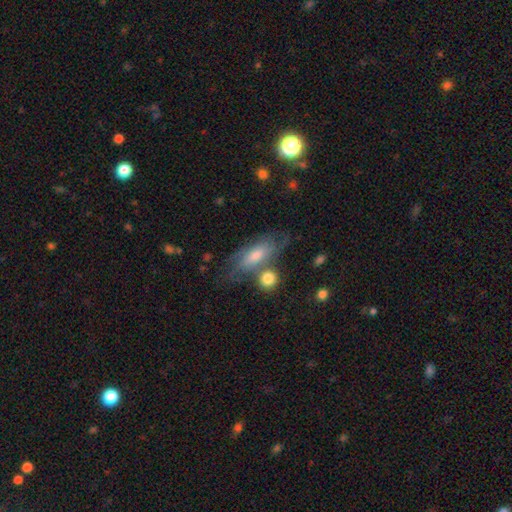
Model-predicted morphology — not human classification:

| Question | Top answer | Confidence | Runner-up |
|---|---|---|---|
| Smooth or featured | featured or disk | 47% | smooth (43%) |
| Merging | none | 55% | minor disturbance (20%) |